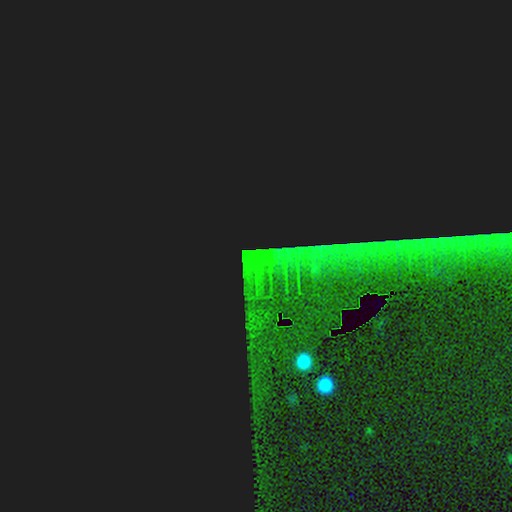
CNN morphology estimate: Smooth or featured: star or artifact — 85% (featured or disk — 8%)